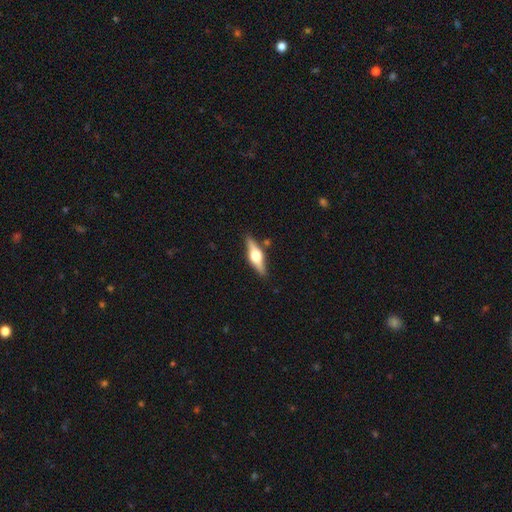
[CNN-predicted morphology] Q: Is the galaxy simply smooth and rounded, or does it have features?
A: featured or disk — 69%.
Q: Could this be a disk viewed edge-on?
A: yes — 96%.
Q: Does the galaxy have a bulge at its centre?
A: rounded — 95%.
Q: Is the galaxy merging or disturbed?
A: none — 85%.